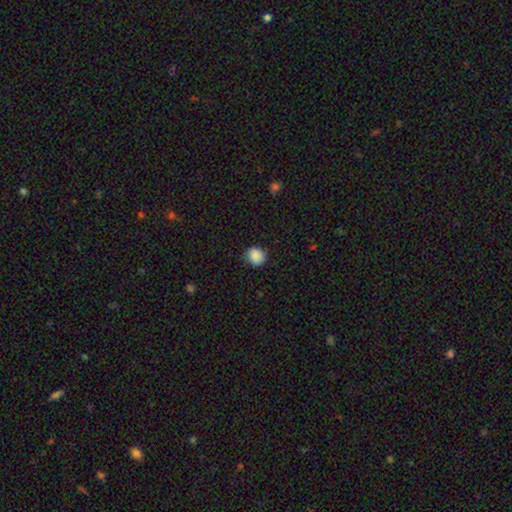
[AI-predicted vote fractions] The model was most divided on "how rounded": round: 77%, in between: 23%, cigar-shaped: 1%. More confident: smooth or featured — smooth (88%); merging — none (80%).